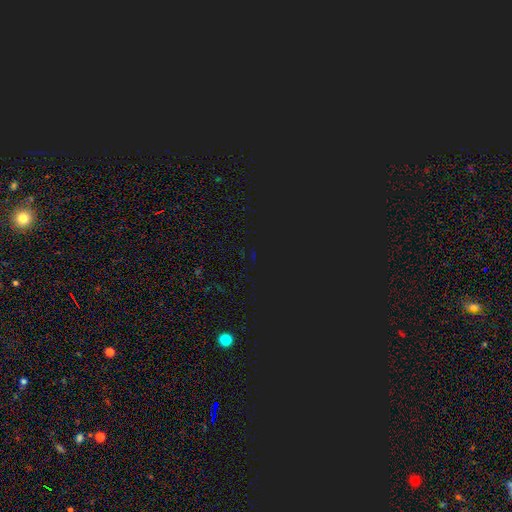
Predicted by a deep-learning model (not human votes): Smooth or featured?
  - star or artifact: 80% *
  - smooth: 13%
  - featured or disk: 7%